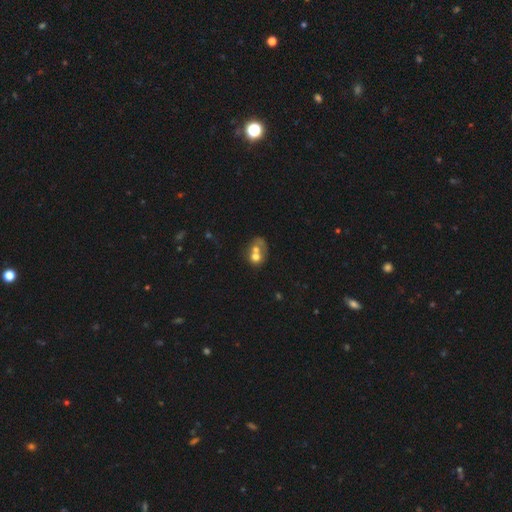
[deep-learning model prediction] A smooth galaxy with no disk features (57%) that is round (57%). Merging: merger (65%).